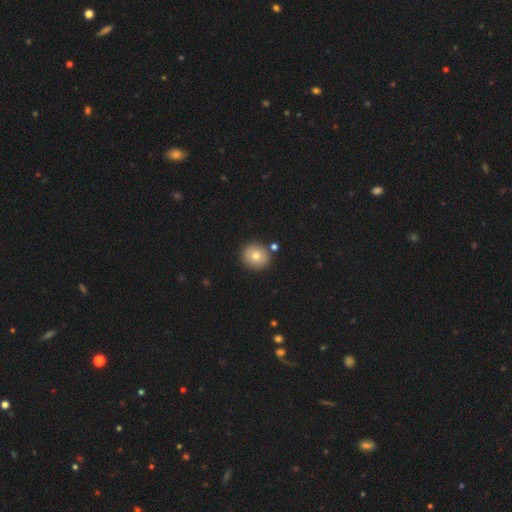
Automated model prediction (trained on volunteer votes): smooth-or-featured: smooth: 78% | featured or disk: 12% | star or artifact: 10%
  how-rounded: round: 84% | in between: 15% | cigar-shaped: 1%
  merging: none: 86% | minor disturbance: 7% | merger: 5% | major disturbance: 2%